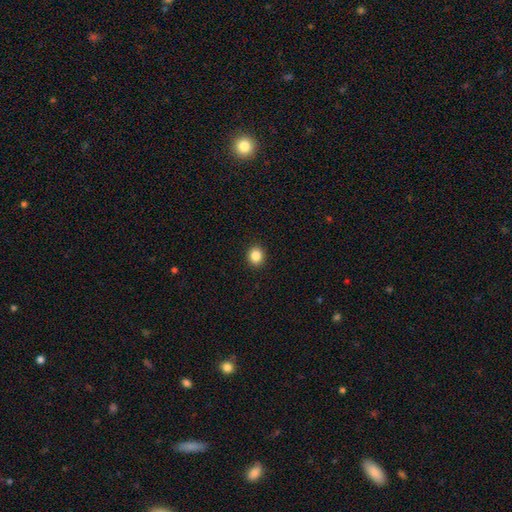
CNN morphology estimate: smooth_or_featured: smooth (p=0.85) [alt: star or artifact p=0.10]
how_rounded: round (p=0.83) [alt: in between p=0.16]
merging: none (p=0.92) [alt: minor disturbance p=0.05]